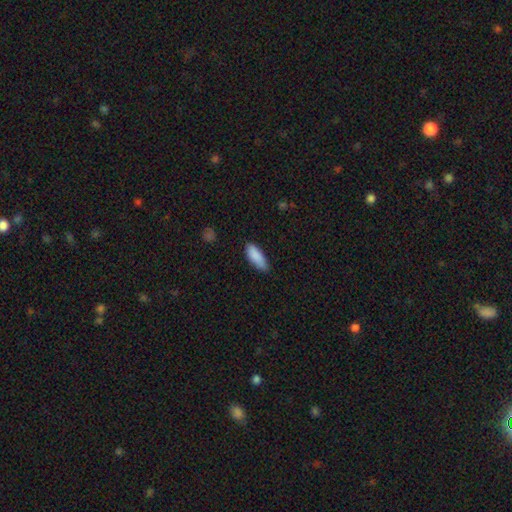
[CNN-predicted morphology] This appears to be a smooth galaxy with no disk features (89%) that is in between round and cigar-shaped (70%). Merging: none (78%).